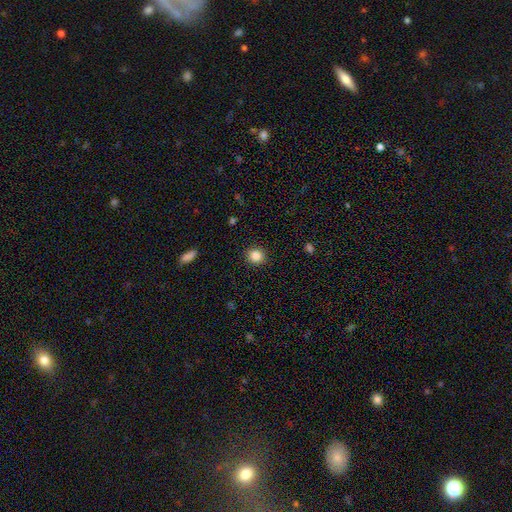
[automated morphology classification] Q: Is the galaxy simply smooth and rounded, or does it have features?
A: smooth — 85%.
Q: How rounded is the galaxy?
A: round — 90%.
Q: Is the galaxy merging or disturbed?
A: none — 91%.